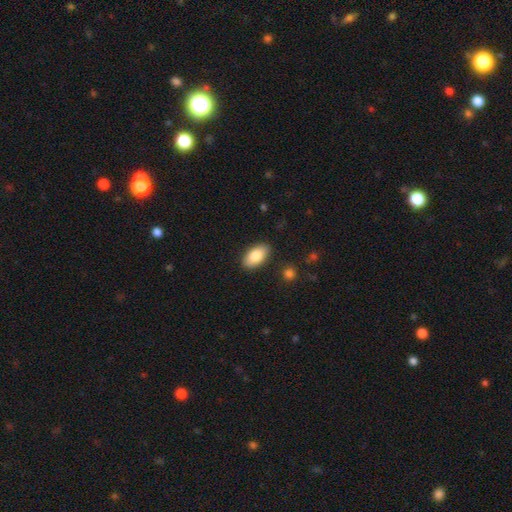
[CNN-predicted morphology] Smooth or featured? smooth (82%)
How rounded? in between (92%)
Merging? none (88%)